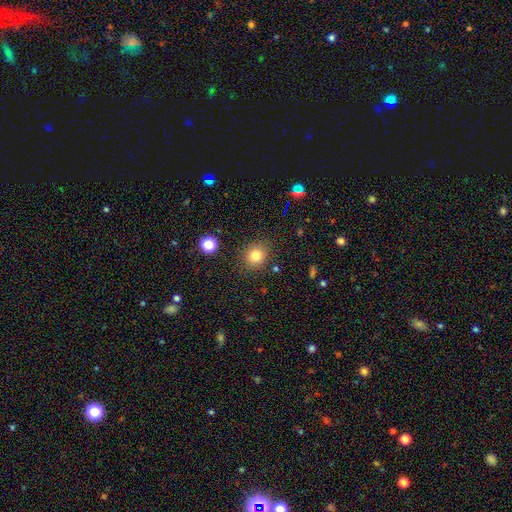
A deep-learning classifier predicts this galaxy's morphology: Smooth or featured? smooth (80%)
How rounded? round (85%)
Merging? none (87%)